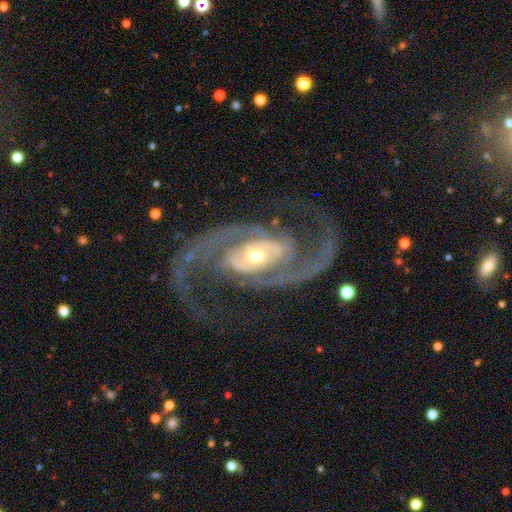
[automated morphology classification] Smooth or featured? featured or disk (94%)
Edge-on disk? no (97%)
Bar? no (47%)
Spiral arms? yes (98%)
Spiral winding? medium (58%)
Spiral arm count? 2 (94%)
Bulge size? moderate (61%)
Merging? none (78%)